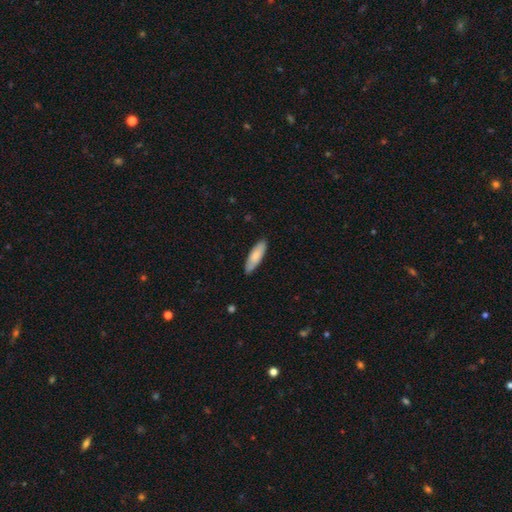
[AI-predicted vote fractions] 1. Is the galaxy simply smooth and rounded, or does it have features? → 80% smooth, 15% featured or disk, 5% star or artifact.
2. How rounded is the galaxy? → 52% in between, 46% cigar-shaped, 1% round.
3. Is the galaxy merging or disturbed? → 85% none, 13% minor disturbance, 2% major disturbance, 1% merger.